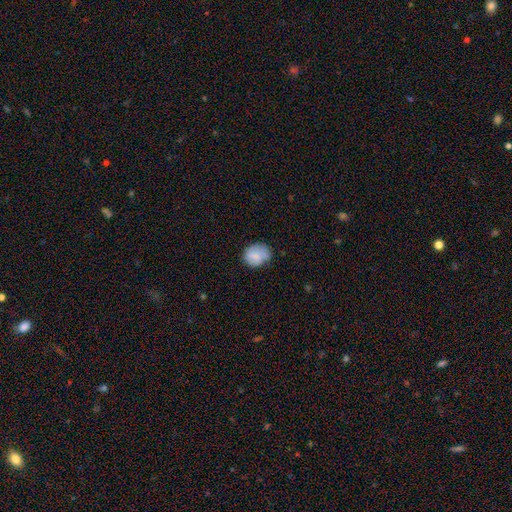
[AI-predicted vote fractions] Overall: smooth (76%). How rounded: round (59%; in between 40%). Merging: none (59%; minor disturbance 30%).